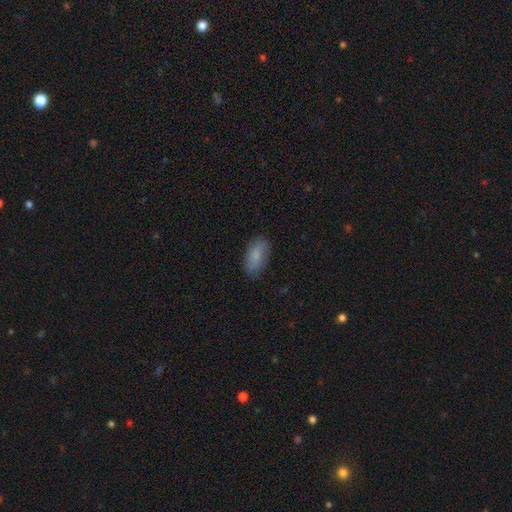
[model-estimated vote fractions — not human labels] Q: Smooth or featured?
A: smooth (84%); runner-up: featured or disk (9%)
Q: How rounded?
A: in between (91%); runner-up: cigar-shaped (5%)
Q: Merging?
A: none (82%); runner-up: minor disturbance (14%)